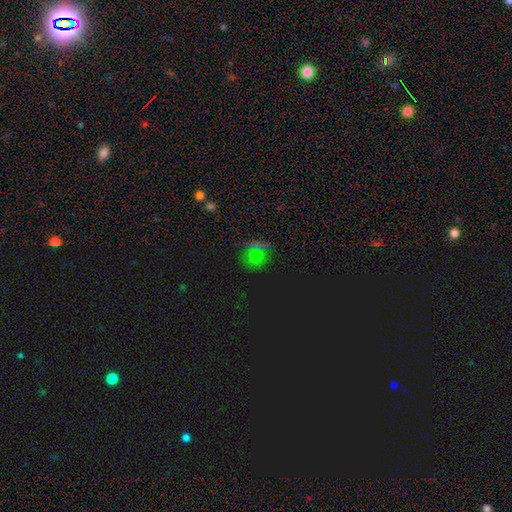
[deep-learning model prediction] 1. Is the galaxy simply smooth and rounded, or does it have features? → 51% star or artifact, 40% smooth, 9% featured or disk.